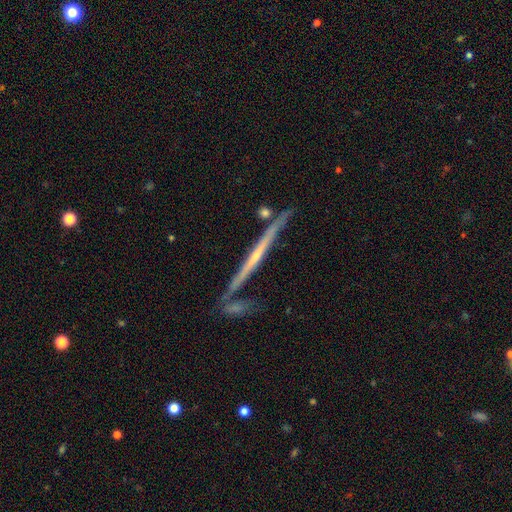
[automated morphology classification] This is clearly a featured or disk galaxy (80%). It is clearly viewed edge-on (97%). Edge-on bulge: possibly rounded (53%). Merging: likely none (78%).